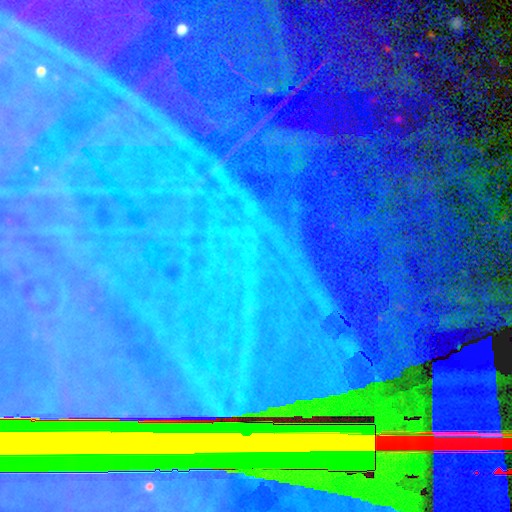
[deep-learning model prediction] The model was most divided on "smooth or featured": star or artifact: 87%, featured or disk: 7%, smooth: 6%.